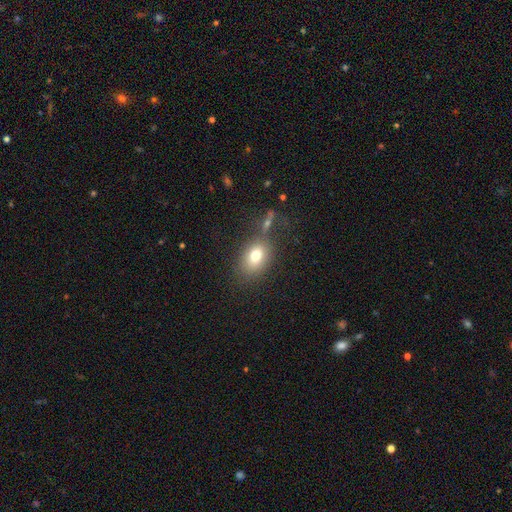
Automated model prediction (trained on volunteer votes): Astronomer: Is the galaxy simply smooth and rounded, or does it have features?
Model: smooth — 75%.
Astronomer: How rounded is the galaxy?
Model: in between — 73%.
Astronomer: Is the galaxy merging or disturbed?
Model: none — 68%.